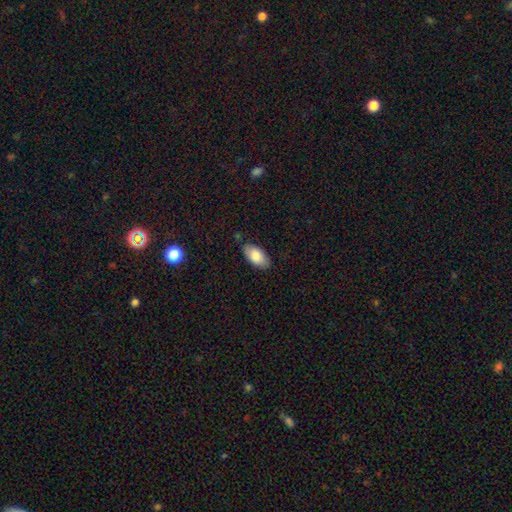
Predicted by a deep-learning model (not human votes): Morphology: type=smooth (83%); roundness=in between (95%); merging=none (83%).